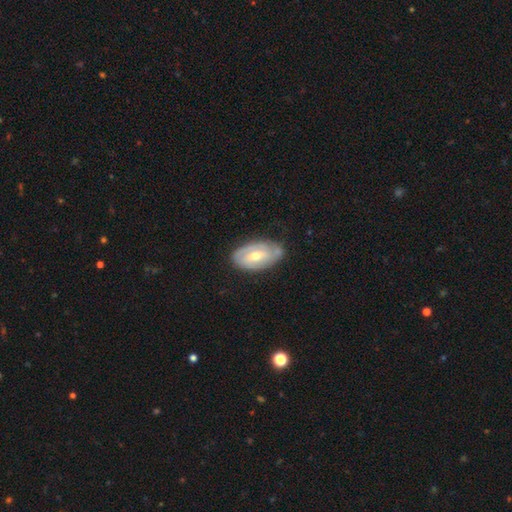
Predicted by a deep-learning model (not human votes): Smooth or featured: featured or disk — 63% (smooth — 31%)
Edge-on disk: no — 93% (yes — 7%)
Bar: no — 44% (weak — 42%)
Spiral arms: yes — 69% (no — 31%)
Bulge size: moderate — 67% (small — 28%)
Merging: none — 68% (minor disturbance — 24%)